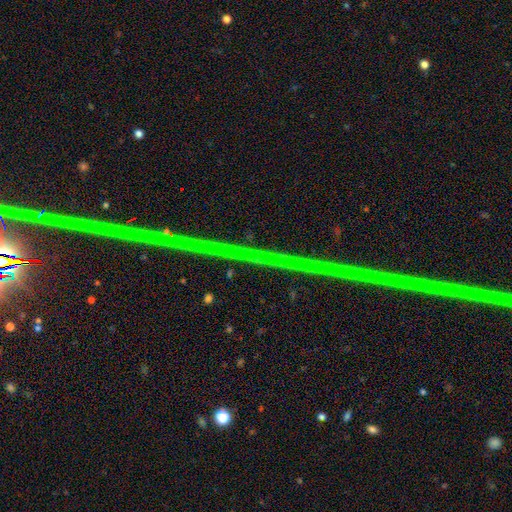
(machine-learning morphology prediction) Q: Smooth or featured?
A: star or artifact (88%); runner-up: featured or disk (7%)